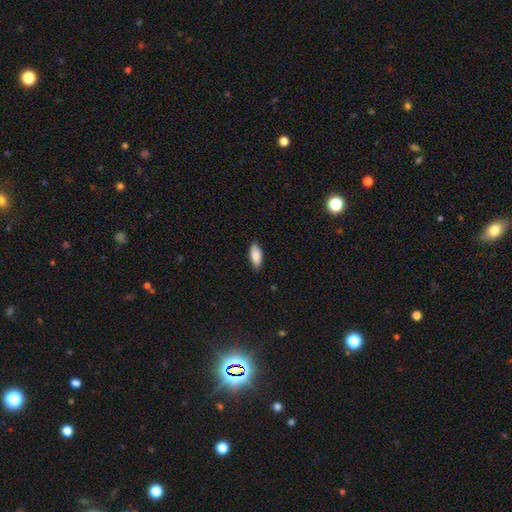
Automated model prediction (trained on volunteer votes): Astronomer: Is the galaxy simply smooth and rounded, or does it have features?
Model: smooth — 86%.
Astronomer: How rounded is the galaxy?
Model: in between — 84%.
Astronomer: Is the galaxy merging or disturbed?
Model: none — 83%.